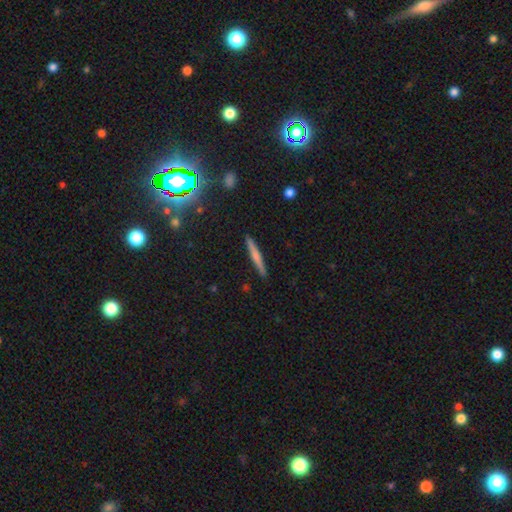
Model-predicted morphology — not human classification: type=smooth (50%); merging=none (91%).